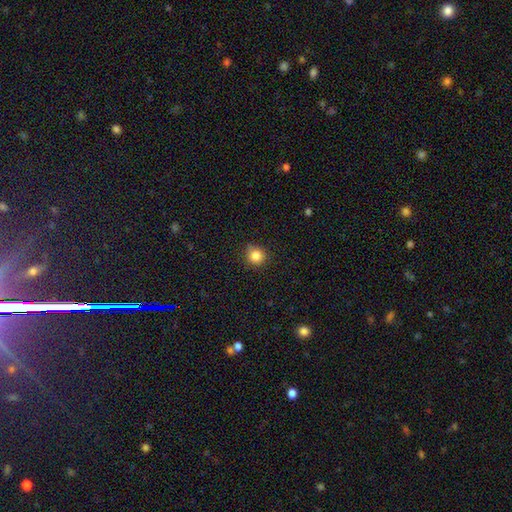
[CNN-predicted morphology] type=smooth (84%); roundness=round (91%); merging=none (84%).